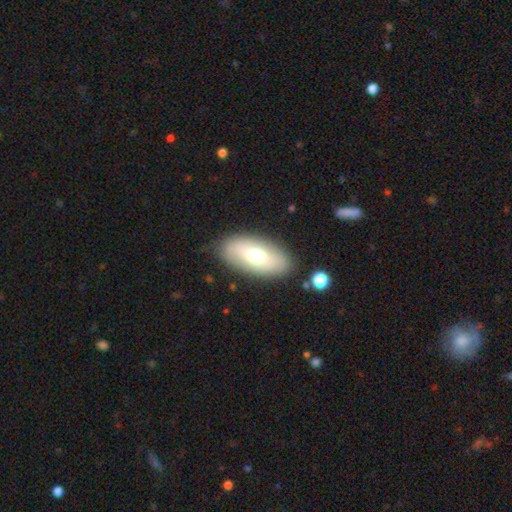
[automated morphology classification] Smooth or featured? smooth (60%)
How rounded? in between (90%)
Merging? none (83%)